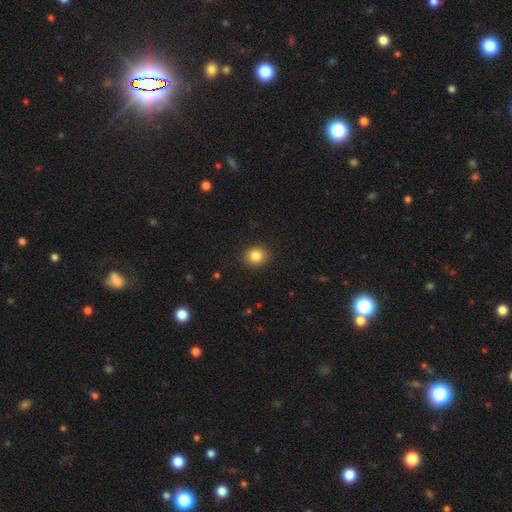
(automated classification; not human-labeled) Q: Smooth or featured?
A: smooth (84%); runner-up: star or artifact (10%)
Q: How rounded?
A: round (79%); runner-up: in between (20%)
Q: Merging?
A: none (91%); runner-up: minor disturbance (6%)